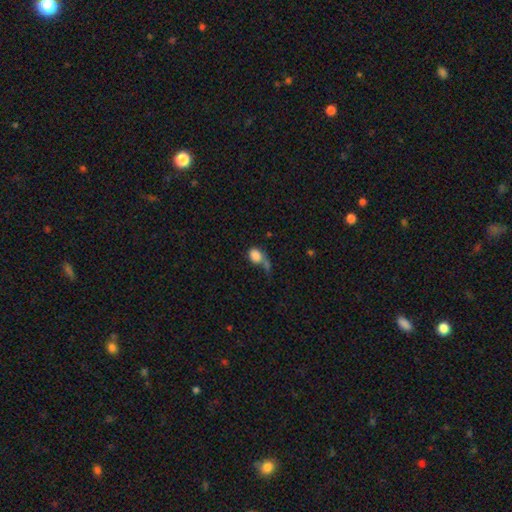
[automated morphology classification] smooth-or-featured: smooth: 81% | featured or disk: 10% | star or artifact: 9%
  how-rounded: in between: 56% | round: 42% | cigar-shaped: 2%
  merging: none: 30% | merger: 27% | major disturbance: 25% | minor disturbance: 19%